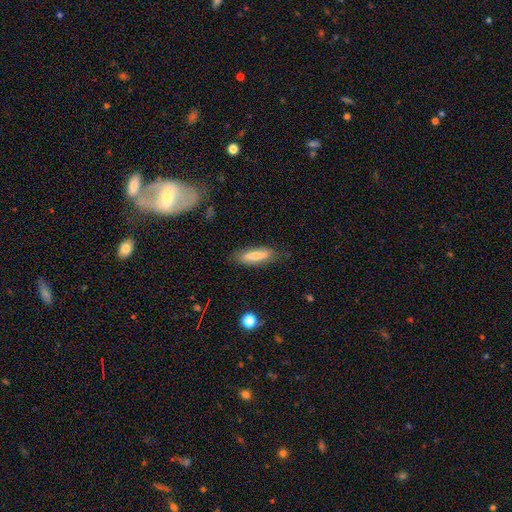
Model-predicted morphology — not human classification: type=smooth (75%); roundness=cigar-shaped (58%); merging=none (80%).